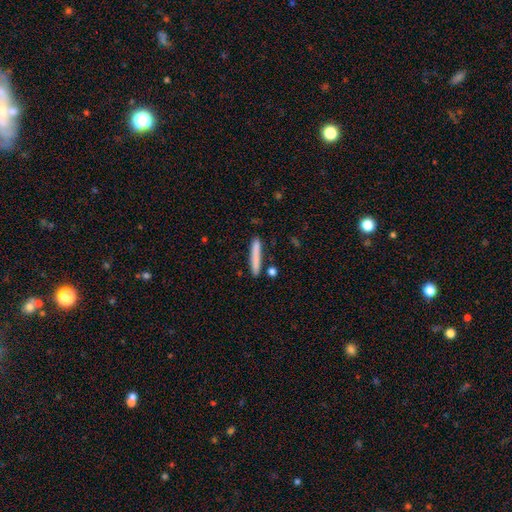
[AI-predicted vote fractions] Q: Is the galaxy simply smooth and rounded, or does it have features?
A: smooth — 78%.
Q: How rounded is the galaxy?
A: cigar-shaped — 95%.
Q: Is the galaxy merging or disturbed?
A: none — 83%.